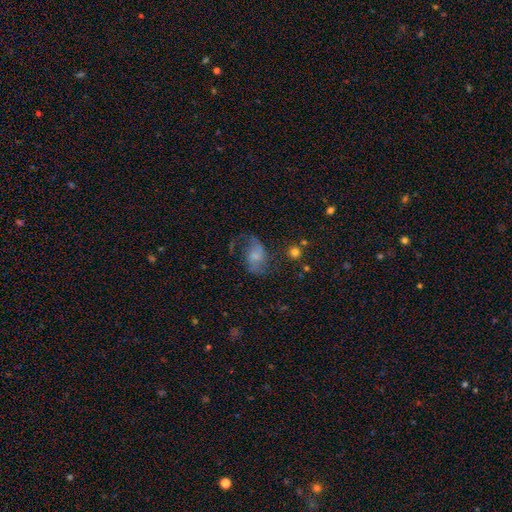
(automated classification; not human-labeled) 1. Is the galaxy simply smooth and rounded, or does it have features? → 59% featured or disk, 30% smooth, 11% star or artifact.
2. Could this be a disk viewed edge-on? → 97% no, 3% yes.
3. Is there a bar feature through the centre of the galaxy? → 53% no, 39% weak, 9% strong.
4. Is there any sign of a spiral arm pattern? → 83% yes, 17% no.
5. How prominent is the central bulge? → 37% small, 33% moderate, 21% none, 8% large, 2% dominant.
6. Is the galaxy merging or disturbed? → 45% none, 28% major disturbance, 22% minor disturbance, 5% merger.